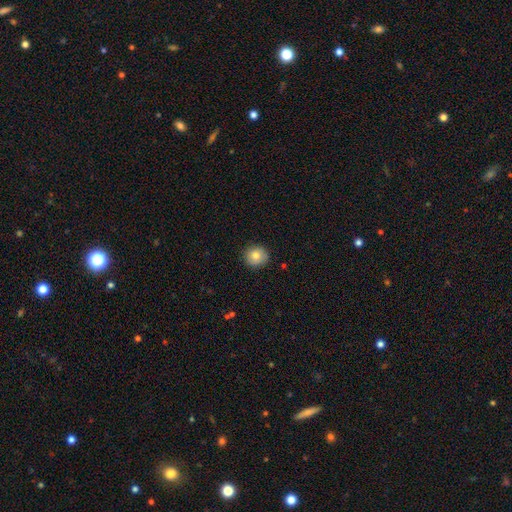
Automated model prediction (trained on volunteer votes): A smooth galaxy with no disk features (78%) that is round (90%). Merging: none (87%).